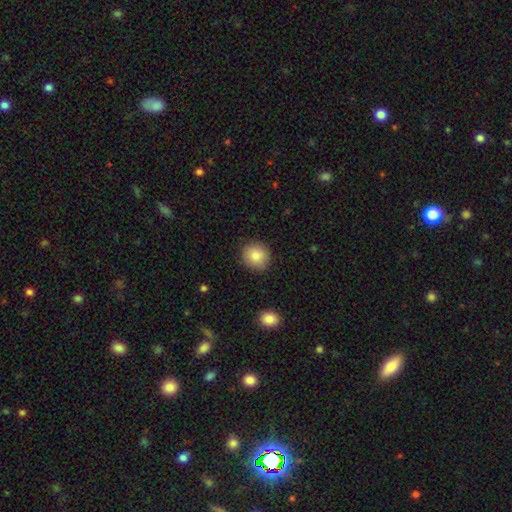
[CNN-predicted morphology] This appears to be a smooth galaxy with no disk features (84%) that is round (87%). Merging: none (88%).